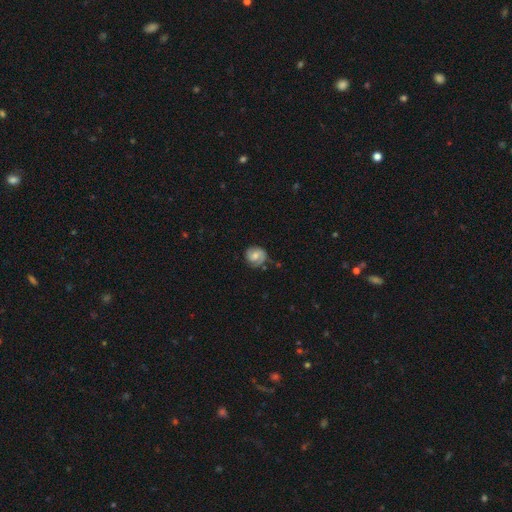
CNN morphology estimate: Smooth or featured: featured or disk — 57% (smooth — 36%)
Edge-on disk: no — 98% (yes — 2%)
Bar: no — 57% (weak — 37%)
Spiral arms: yes — 88% (no — 12%)
Bulge size: moderate — 57% (small — 32%)
Merging: none — 73% (minor disturbance — 20%)